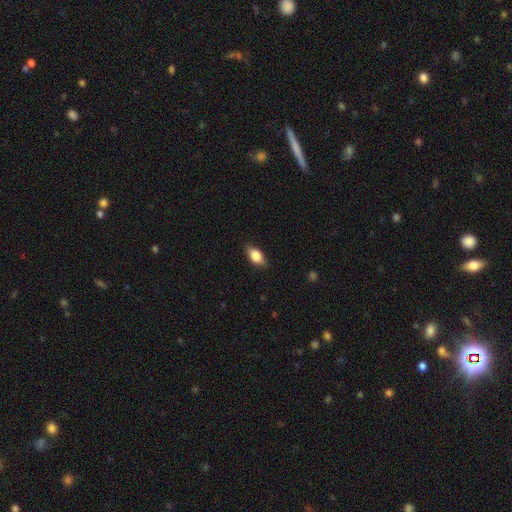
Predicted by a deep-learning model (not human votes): smooth-or-featured: smooth: 78% | featured or disk: 15% | star or artifact: 7%
  how-rounded: in between: 85% | round: 8% | cigar-shaped: 7%
  merging: none: 82% | minor disturbance: 15% | major disturbance: 3% | merger: 1%